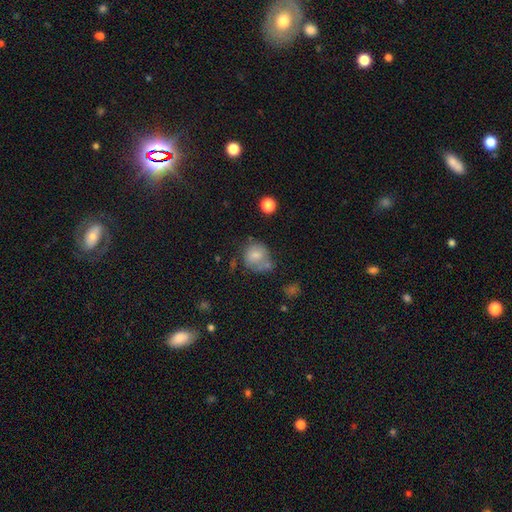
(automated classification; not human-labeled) smooth-or-featured: smooth: 76% | featured or disk: 15% | star or artifact: 10%
  how-rounded: round: 79% | in between: 20% | cigar-shaped: 1%
  merging: none: 47% | minor disturbance: 22% | merger: 20% | major disturbance: 11%